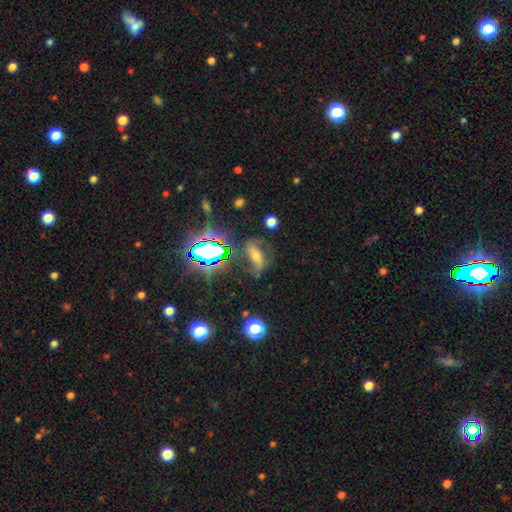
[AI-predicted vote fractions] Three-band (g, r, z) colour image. It shows a featured or disk galaxy (48%). Merging: none (61%).